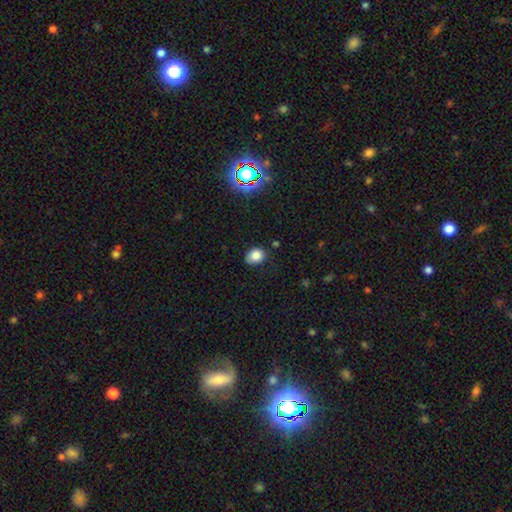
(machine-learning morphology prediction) Smooth or featured? Predicted: smooth (p=0.80). How rounded? Predicted: in between (p=0.57). Merging? Predicted: none (p=0.74).